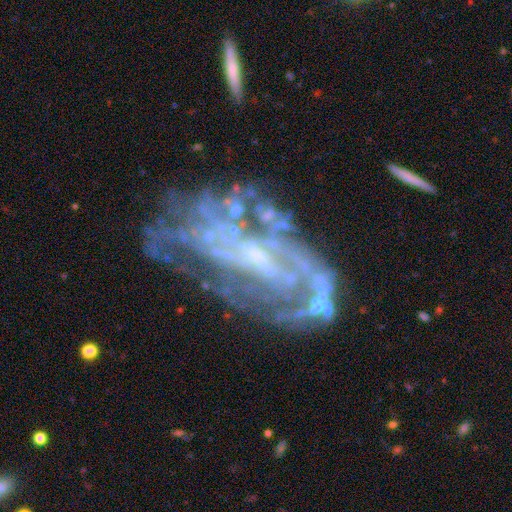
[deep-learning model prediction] smooth_or_featured: featured or disk (p=0.82) [alt: star or artifact p=0.09]
disk_edge_on: no (p=0.94) [alt: yes p=0.06]
bar: no (p=0.45) [alt: weak p=0.36]
has_spiral_arms: yes (p=0.69) [alt: no p=0.31]
spiral_winding: tight (p=0.47) [alt: medium p=0.34]
spiral_arm_count: can't tell (p=0.55) [alt: 2 p=0.16]
bulge_size: small (p=0.58) [alt: none p=0.24]
merging: none (p=0.45) [alt: major disturbance p=0.25]